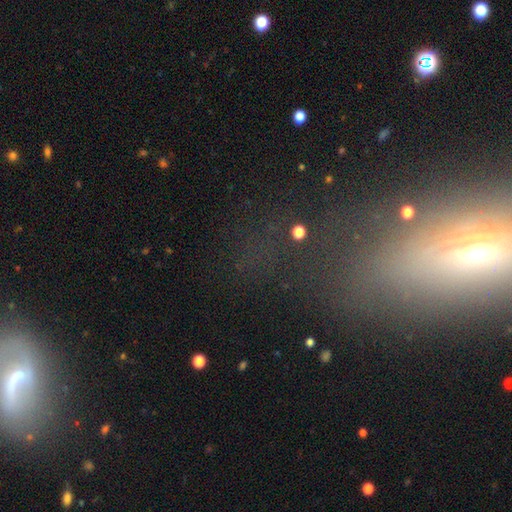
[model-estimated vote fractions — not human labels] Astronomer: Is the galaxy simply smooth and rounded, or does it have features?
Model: star or artifact — 40% (runner-up: featured or disk, 30%).